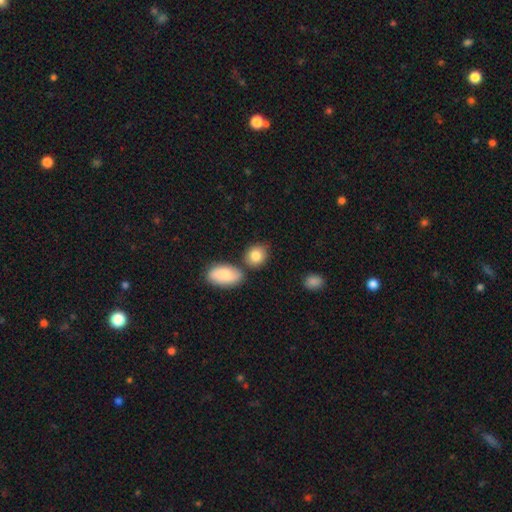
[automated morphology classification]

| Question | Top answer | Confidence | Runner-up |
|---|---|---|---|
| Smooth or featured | smooth | 84% | featured or disk (8%) |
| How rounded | round | 58% | in between (41%) |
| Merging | none | 69% | merger (16%) |